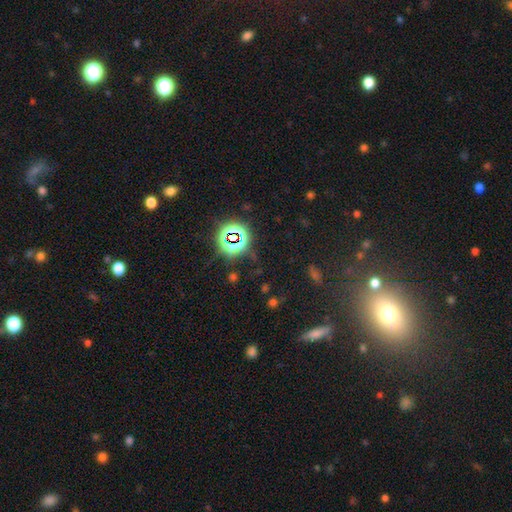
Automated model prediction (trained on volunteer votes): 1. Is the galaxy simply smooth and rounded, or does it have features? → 73% star or artifact, 18% smooth, 9% featured or disk.